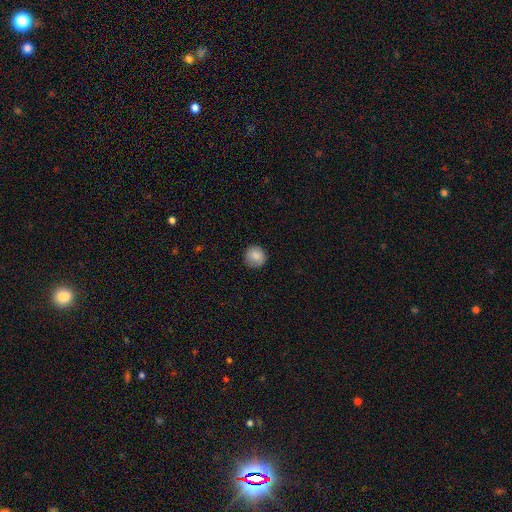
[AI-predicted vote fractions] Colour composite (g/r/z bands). It shows a smooth galaxy with no disk features (87%) that is round (93%). Merging: none (89%).